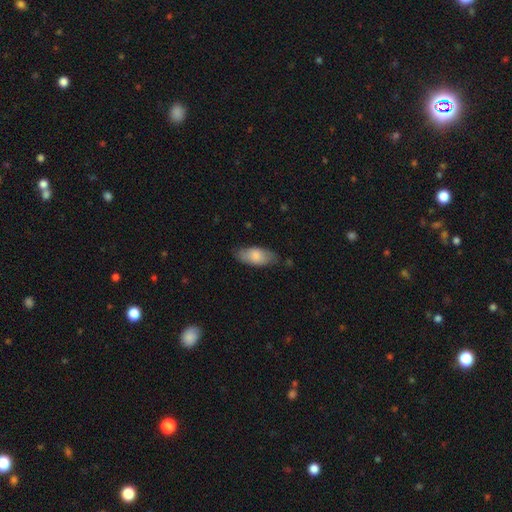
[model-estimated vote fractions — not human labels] smooth_or_featured: smooth (p=0.79) [alt: featured or disk p=0.15]
how_rounded: in between (p=0.87) [alt: cigar-shaped p=0.10]
merging: none (p=0.74) [alt: minor disturbance p=0.21]